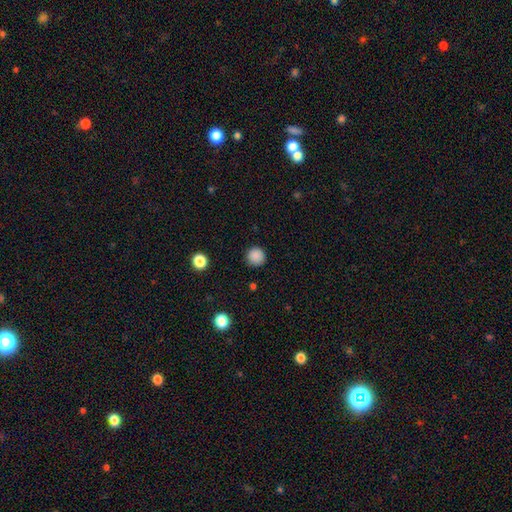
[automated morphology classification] The model was most divided on "smooth or featured": smooth: 87%, star or artifact: 10%, featured or disk: 3%. More confident: how rounded — round (95%); merging — none (90%).